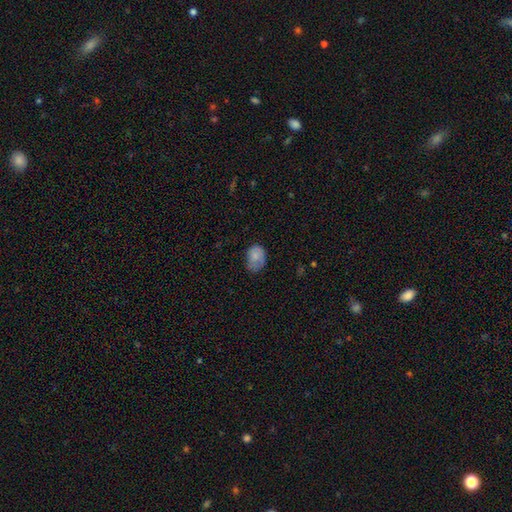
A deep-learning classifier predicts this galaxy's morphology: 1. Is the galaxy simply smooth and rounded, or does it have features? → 79% smooth, 13% featured or disk, 8% star or artifact.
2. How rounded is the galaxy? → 77% in between, 22% round, 1% cigar-shaped.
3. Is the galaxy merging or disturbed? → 49% none, 36% minor disturbance, 13% major disturbance, 2% merger.